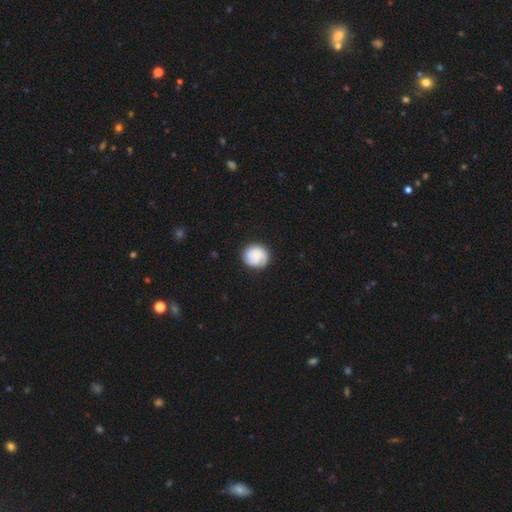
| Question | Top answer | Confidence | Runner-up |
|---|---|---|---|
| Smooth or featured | smooth | 55% | featured or disk (40%) |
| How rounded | round | 86% | in between (14%) |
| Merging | none | 74% | minor disturbance (16%) |